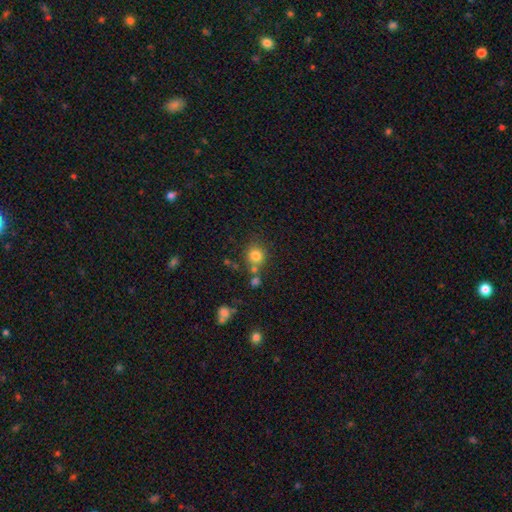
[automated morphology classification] Overall: smooth (80%). How rounded: round (88%). Merging: none (67%).